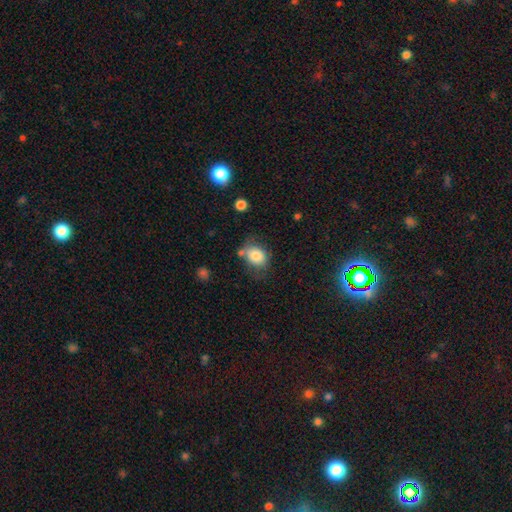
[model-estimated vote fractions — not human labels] Smooth or featured? Predicted: smooth (p=0.79). How rounded? Predicted: in between (p=0.53). Merging? Predicted: none (p=0.55).